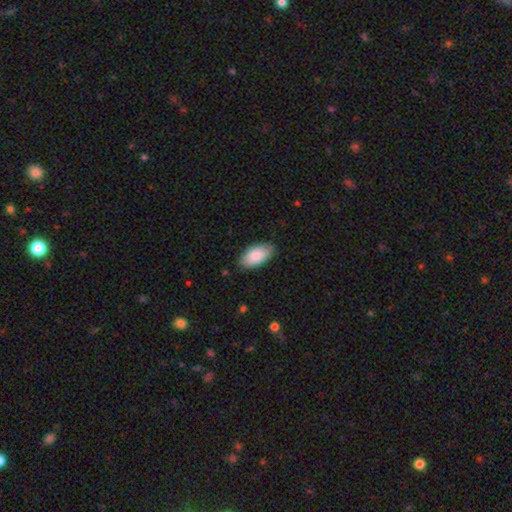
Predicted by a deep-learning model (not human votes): This is clearly a smooth galaxy (87%). How rounded: clearly in between (95%). Merging: clearly none (84%).